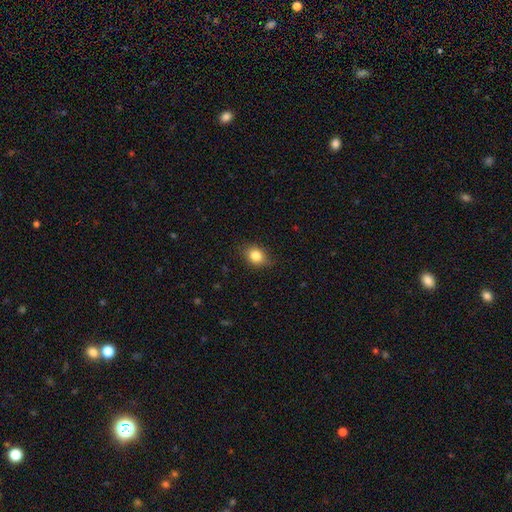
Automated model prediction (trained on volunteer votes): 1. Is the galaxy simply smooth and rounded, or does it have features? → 82% smooth, 10% star or artifact, 8% featured or disk.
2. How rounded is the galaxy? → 58% in between, 41% round, 1% cigar-shaped.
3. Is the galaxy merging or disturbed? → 79% none, 17% minor disturbance, 3% major disturbance, 1% merger.